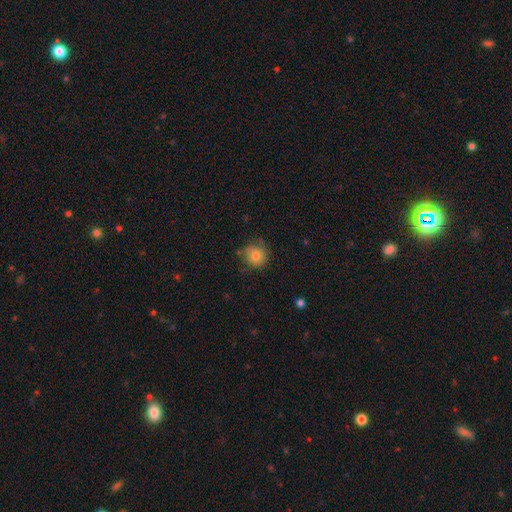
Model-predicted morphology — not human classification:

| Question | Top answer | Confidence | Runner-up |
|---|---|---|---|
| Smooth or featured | smooth | 77% | featured or disk (13%) |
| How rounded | round | 86% | in between (13%) |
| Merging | none | 72% | minor disturbance (21%) |